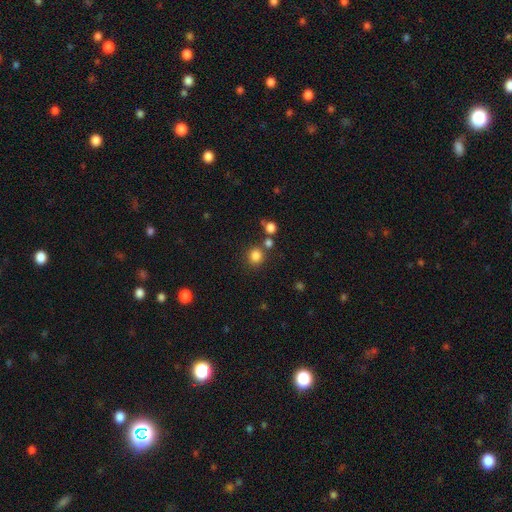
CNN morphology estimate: The model was most divided on "merging": none: 76%, merger: 12%, minor disturbance: 9%, major disturbance: 4%. More confident: how rounded — round (88%); smooth or featured — smooth (82%).